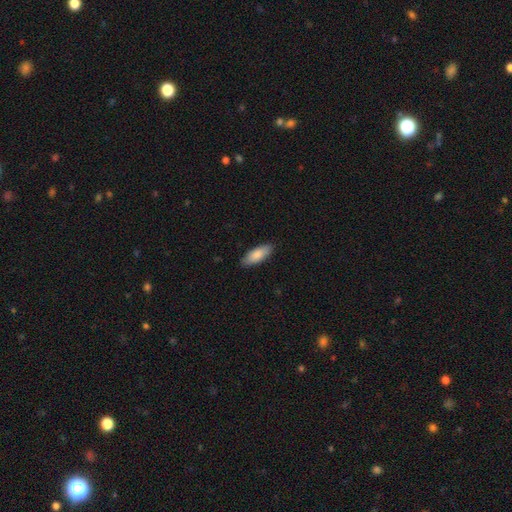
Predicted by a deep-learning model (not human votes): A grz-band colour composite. It shows a smooth galaxy with no disk features (84%) that is in between round and cigar-shaped (76%). Merging: none (87%).